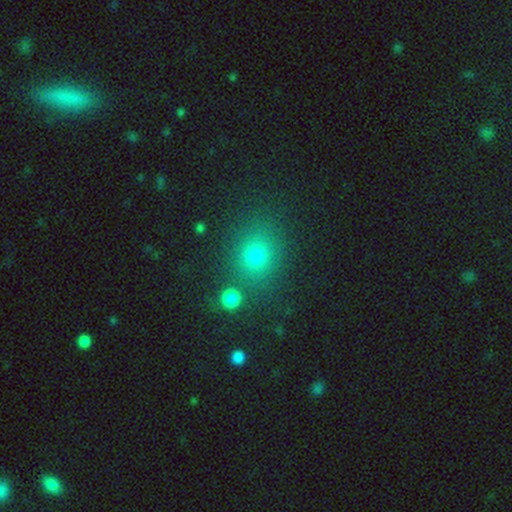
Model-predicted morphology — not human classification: Overall: smooth (74%). How rounded: round (74%). Merging: none (80%).